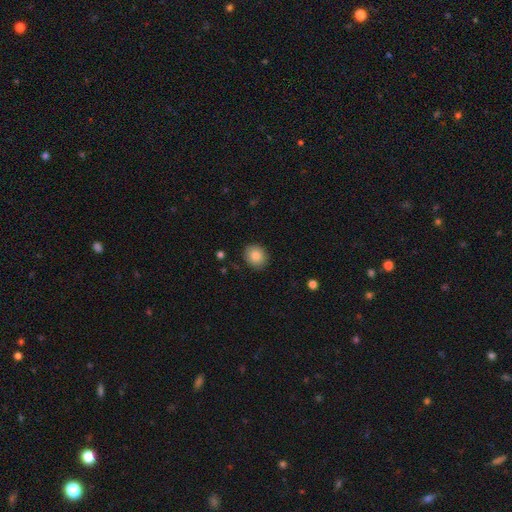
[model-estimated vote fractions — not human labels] This appears to be a smooth galaxy with no disk features (85%) that is round (72%). Merging: none (89%).